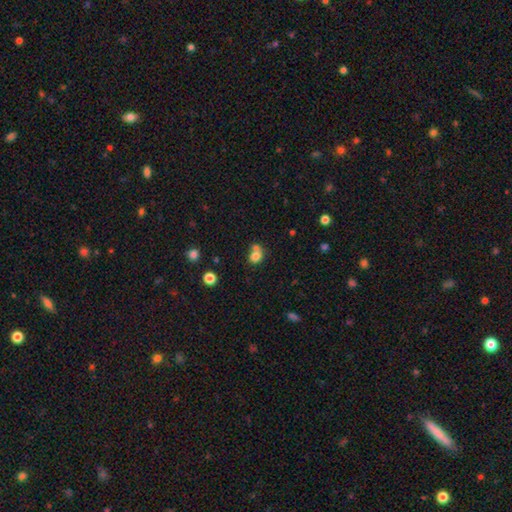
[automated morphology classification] The model was most divided on "merging": merger: 49%, none: 35%, minor disturbance: 11%, major disturbance: 5%. More confident: smooth or featured — smooth (77%); how rounded — round (60%).